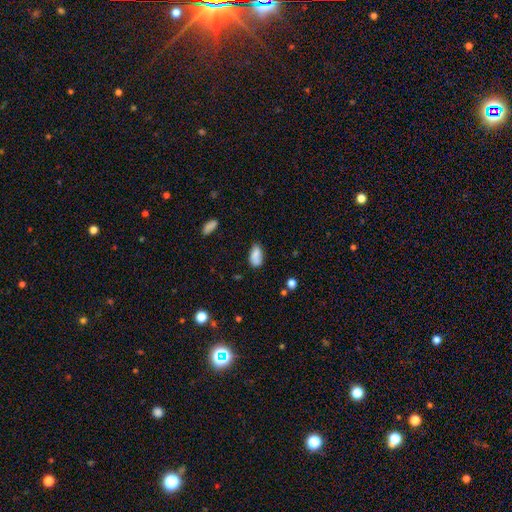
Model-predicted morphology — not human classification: smooth_or_featured: smooth (p=0.82) [alt: featured or disk p=0.10]
how_rounded: in between (p=0.91) [alt: round p=0.04]
merging: none (p=0.64) [alt: minor disturbance p=0.25]